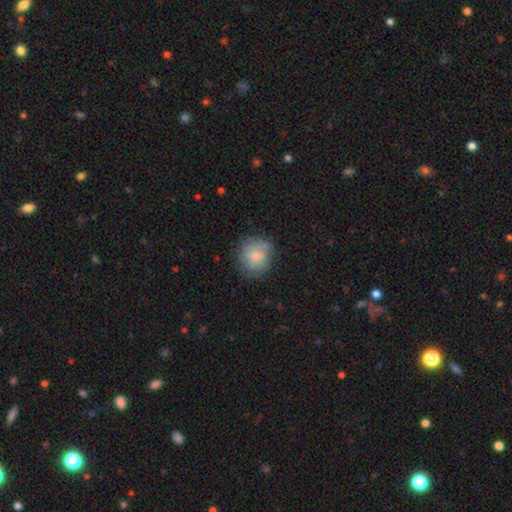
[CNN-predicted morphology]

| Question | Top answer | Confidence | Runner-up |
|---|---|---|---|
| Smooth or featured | smooth | 66% | featured or disk (26%) |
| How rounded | round | 80% | in between (19%) |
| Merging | none | 65% | minor disturbance (24%) |